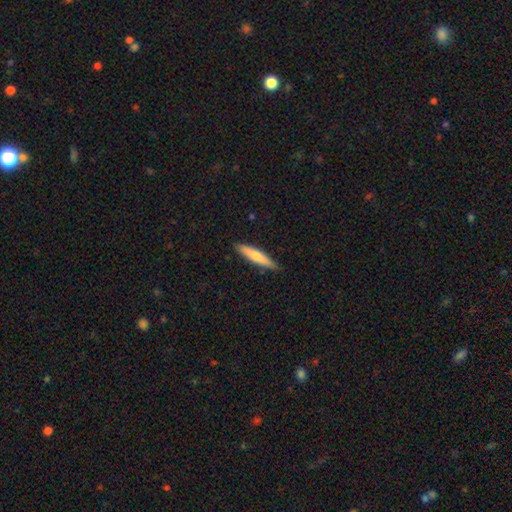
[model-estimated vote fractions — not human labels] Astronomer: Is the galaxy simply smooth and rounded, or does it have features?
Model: smooth — 60%.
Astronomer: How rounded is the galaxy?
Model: cigar-shaped — 87%.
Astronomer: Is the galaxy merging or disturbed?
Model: none — 89%.